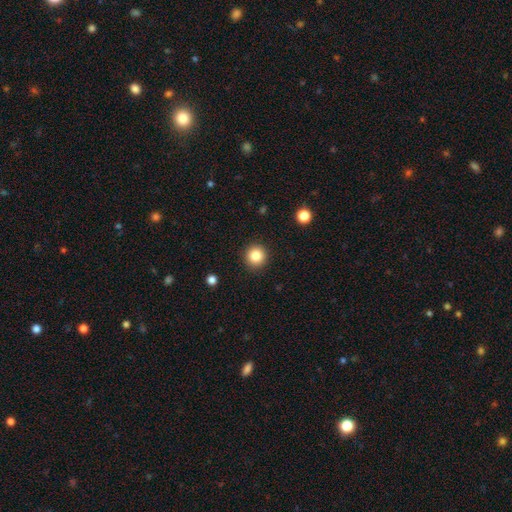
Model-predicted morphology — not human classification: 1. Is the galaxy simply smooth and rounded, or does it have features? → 84% smooth, 10% star or artifact, 5% featured or disk.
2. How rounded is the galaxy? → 94% round, 5% in between, 1% cigar-shaped.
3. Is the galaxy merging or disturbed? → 92% none, 5% minor disturbance, 2% major disturbance, 1% merger.